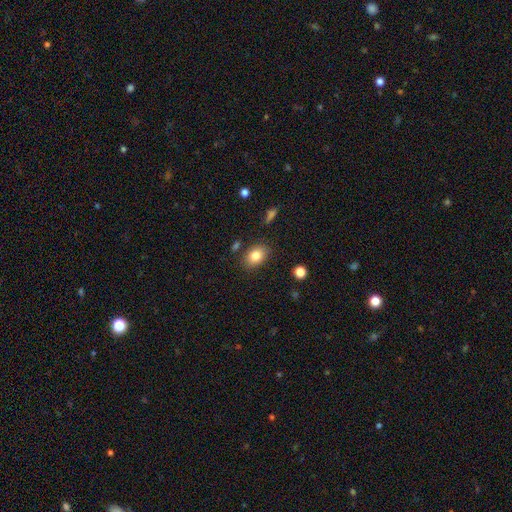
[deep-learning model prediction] Smooth or featured?
  - smooth: 82% *
  - featured or disk: 9%
  - star or artifact: 9%
How rounded?
  - in between: 78% *
  - round: 21%
  - cigar-shaped: 1%
Merging?
  - none: 83% *
  - minor disturbance: 11%
  - merger: 3%
  - major disturbance: 3%